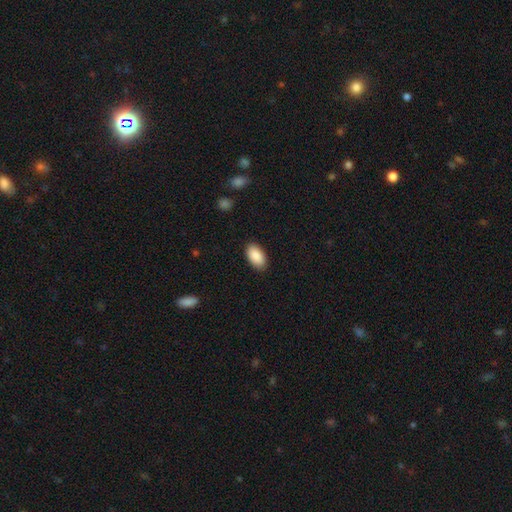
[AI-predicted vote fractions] smooth 90%, star or artifact 6%, featured or disk 4%. Down the decision tree: how rounded — in between (95%); merging — none (88%).